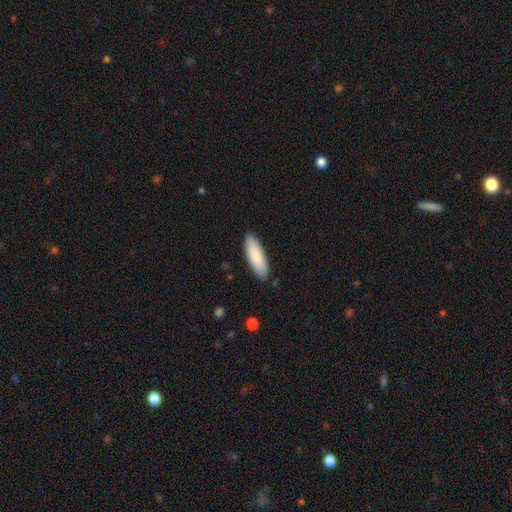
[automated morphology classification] Q: Smooth or featured?
A: smooth (86%); runner-up: featured or disk (9%)
Q: How rounded?
A: in between (53%); runner-up: cigar-shaped (46%)
Q: Merging?
A: none (88%); runner-up: minor disturbance (9%)